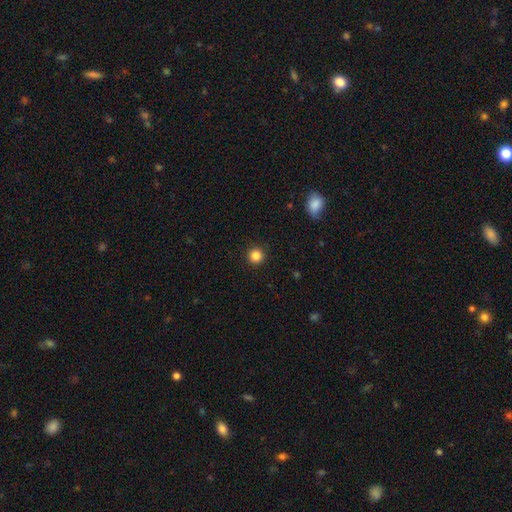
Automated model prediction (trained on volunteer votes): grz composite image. It shows a smooth galaxy with no disk features (85%) that is round (95%). Merging: none (93%).